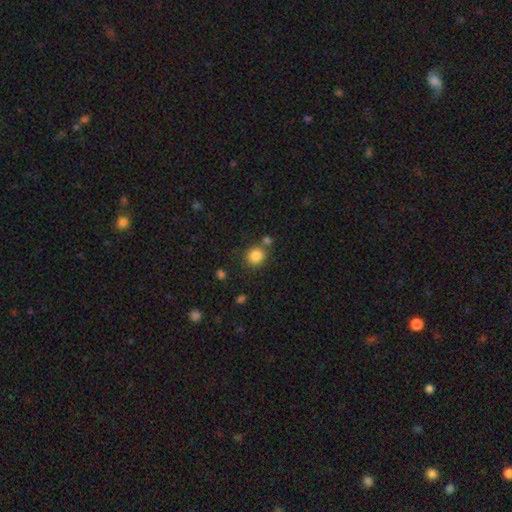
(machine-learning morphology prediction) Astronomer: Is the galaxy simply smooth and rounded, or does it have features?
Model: smooth — 85%.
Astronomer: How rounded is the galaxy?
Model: round — 84%.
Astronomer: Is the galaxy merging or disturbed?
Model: none — 76%.